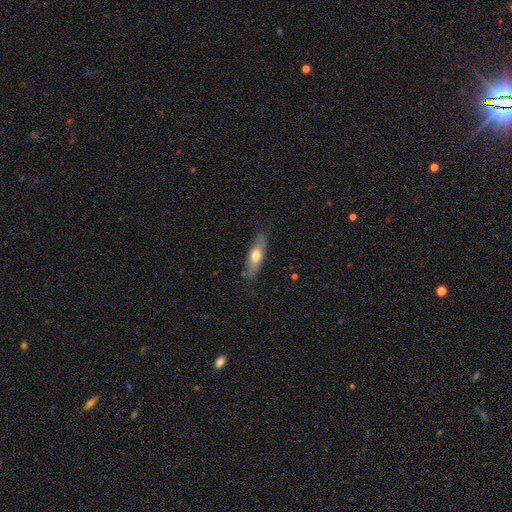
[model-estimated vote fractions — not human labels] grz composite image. It shows a smooth galaxy with no disk features (57%) that is in between round and cigar-shaped (50%). Merging: none (73%).